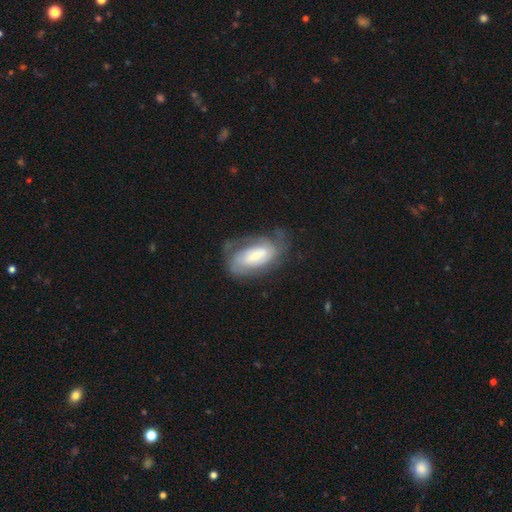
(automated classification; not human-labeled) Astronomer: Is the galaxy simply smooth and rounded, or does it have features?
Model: featured or disk — 67%.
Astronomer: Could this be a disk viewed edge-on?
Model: no — 94%.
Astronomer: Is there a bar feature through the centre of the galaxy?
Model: weak — 38% (runner-up: no, 36%).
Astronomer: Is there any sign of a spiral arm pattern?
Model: yes — 82%.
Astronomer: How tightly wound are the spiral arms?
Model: tight — 52% (runner-up: medium, 35%).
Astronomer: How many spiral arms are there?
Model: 2 — 42% (runner-up: can't tell, 38%).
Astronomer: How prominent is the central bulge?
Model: small — 50% (runner-up: moderate, 34%).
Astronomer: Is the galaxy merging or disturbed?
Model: none — 56%.